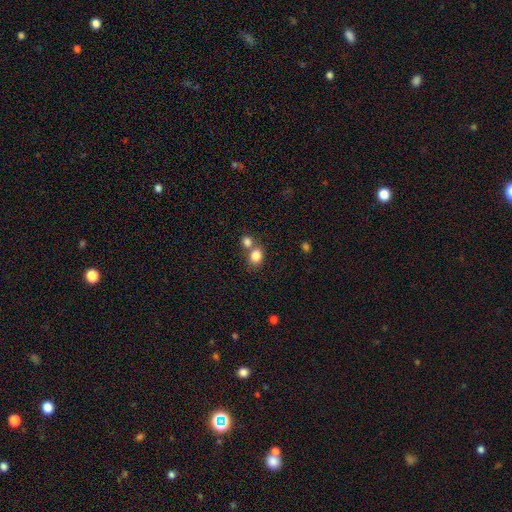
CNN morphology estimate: This is clearly a smooth galaxy (83%). How rounded: possibly round (56%). Merging: possibly none (45%).